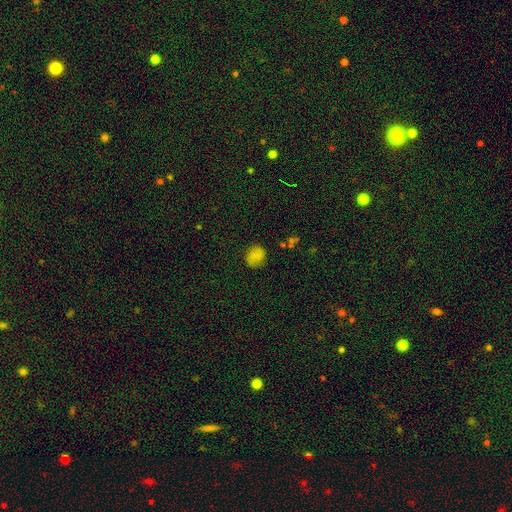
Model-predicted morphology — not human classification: Smooth or featured? Predicted: smooth (p=0.71). How rounded? Predicted: round (p=0.68). Merging? Predicted: none (p=0.82).